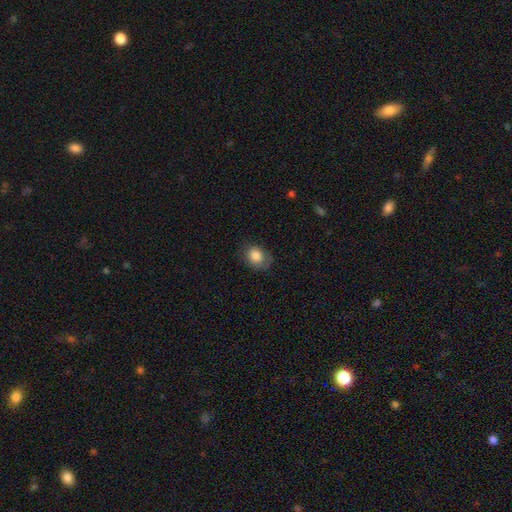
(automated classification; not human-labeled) smooth-or-featured: smooth: 84% | star or artifact: 8% | featured or disk: 7%
  how-rounded: in between: 54% | round: 45% | cigar-shaped: 1%
  merging: none: 67% | minor disturbance: 23% | major disturbance: 8% | merger: 1%